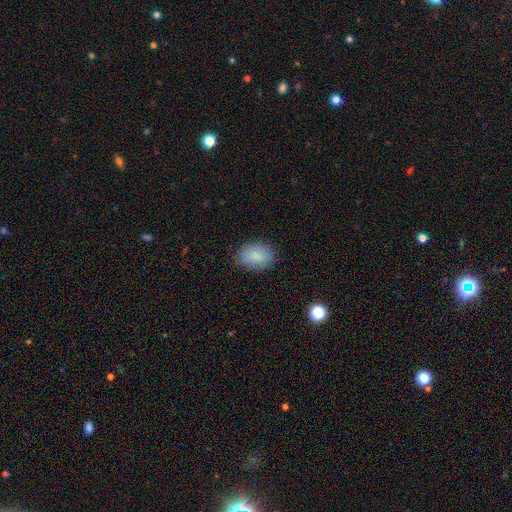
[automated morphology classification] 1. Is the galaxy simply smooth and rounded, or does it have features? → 87% smooth, 8% star or artifact, 5% featured or disk.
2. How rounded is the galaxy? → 81% in between, 18% round, 1% cigar-shaped.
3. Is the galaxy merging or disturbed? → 83% none, 12% minor disturbance, 3% major disturbance, 1% merger.